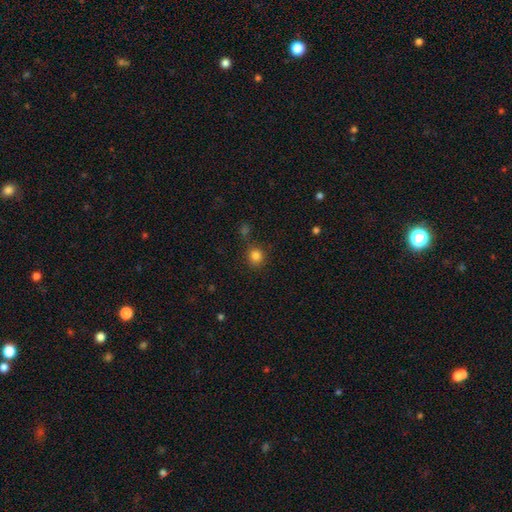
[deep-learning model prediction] Q: Smooth or featured?
A: smooth (83%); runner-up: star or artifact (13%)
Q: How rounded?
A: round (88%); runner-up: in between (11%)
Q: Merging?
A: none (79%); runner-up: minor disturbance (10%)